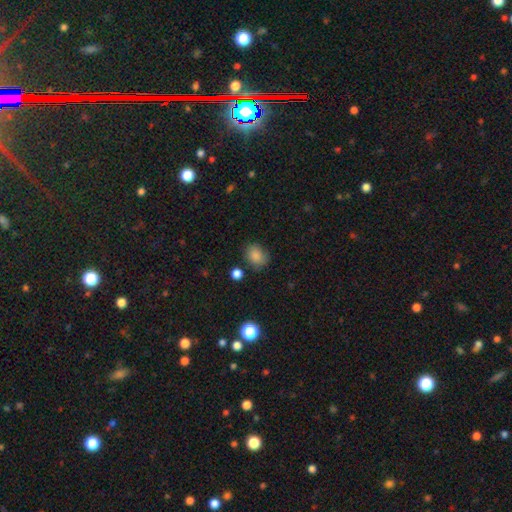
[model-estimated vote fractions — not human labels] smooth-or-featured: smooth: 84% | star or artifact: 10% | featured or disk: 6%
  how-rounded: round: 56% | in between: 43% | cigar-shaped: 1%
  merging: none: 72% | minor disturbance: 19% | major disturbance: 5% | merger: 4%